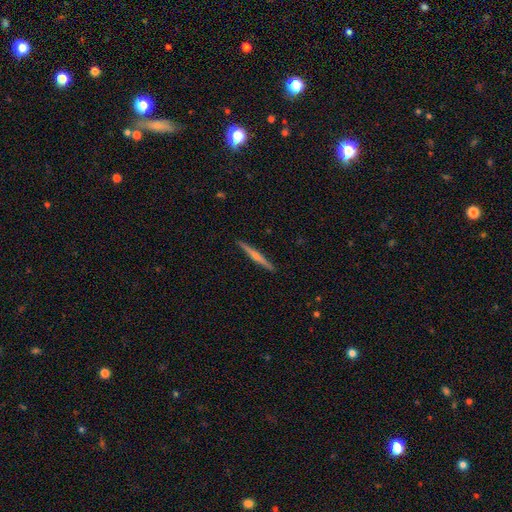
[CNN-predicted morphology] The model was most divided on "smooth or featured": featured or disk: 69%, smooth: 25%, star or artifact: 6%. More confident: edge-on disk — yes (98%); merging — none (92%); edge-on bulge — rounded (74%).